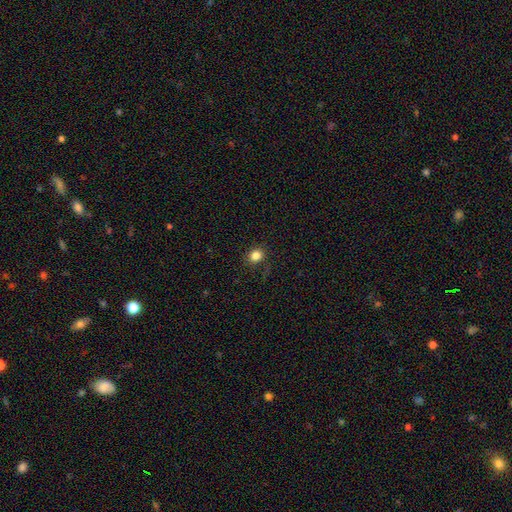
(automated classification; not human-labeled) Smooth or featured? Predicted: smooth (p=0.83). How rounded? Predicted: round (p=0.72). Merging? Predicted: none (p=0.85).